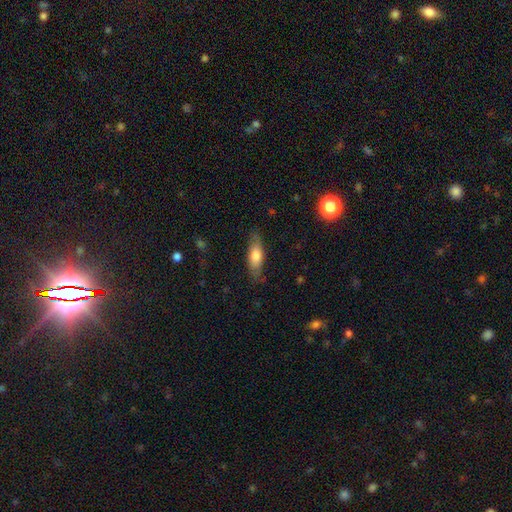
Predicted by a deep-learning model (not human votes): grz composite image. It shows a smooth galaxy with no disk features (69%) that is in between round and cigar-shaped (63%). Merging: none (76%).